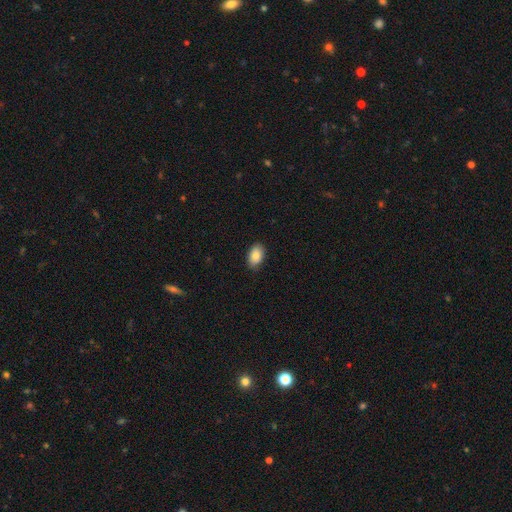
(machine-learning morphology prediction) smooth 86%, featured or disk 7%, star or artifact 7%. Down the decision tree: how rounded — in between (91%); merging — none (86%).